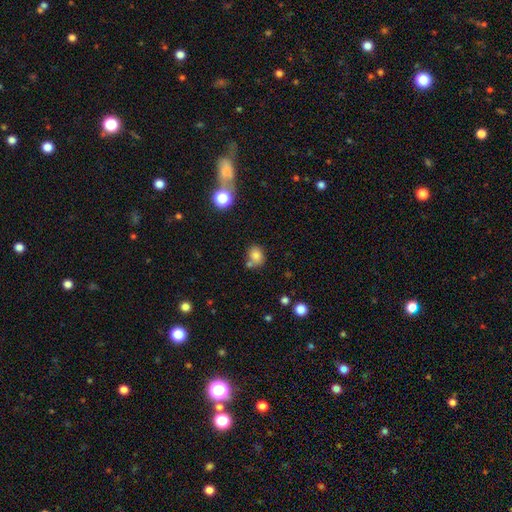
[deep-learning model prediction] smooth_or_featured: smooth (p=0.79) [alt: star or artifact p=0.12]
how_rounded: round (p=0.54) [alt: in between p=0.45]
merging: none (p=0.56) [alt: merger p=0.23]